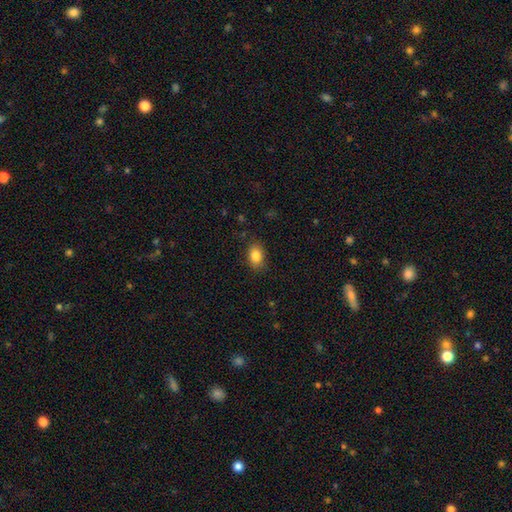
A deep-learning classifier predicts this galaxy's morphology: Smooth or featured? smooth (85%)
How rounded? in between (75%)
Merging? none (84%)